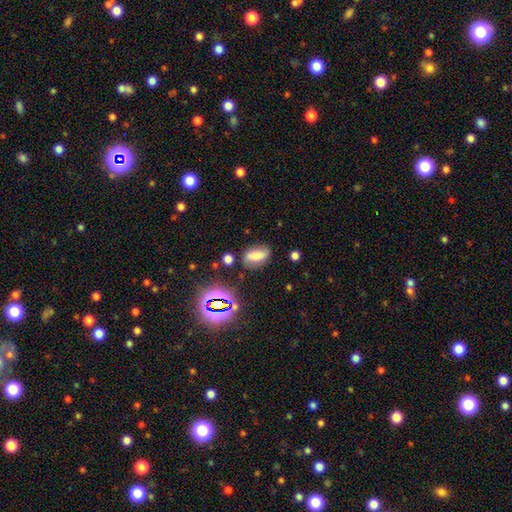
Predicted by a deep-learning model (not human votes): smooth-or-featured: smooth: 65% | featured or disk: 18% | star or artifact: 17%
  how-rounded: in between: 83% | cigar-shaped: 8% | round: 8%
  merging: none: 73% | minor disturbance: 18% | major disturbance: 6% | merger: 4%